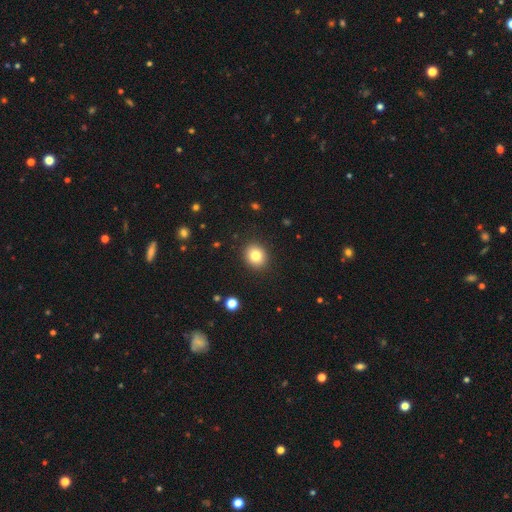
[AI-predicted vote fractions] Smooth or featured?
  - smooth: 81% *
  - star or artifact: 11%
  - featured or disk: 8%
How rounded?
  - round: 74% *
  - in between: 25%
  - cigar-shaped: 1%
Merging?
  - none: 91% *
  - minor disturbance: 6%
  - major disturbance: 2%
  - merger: 1%